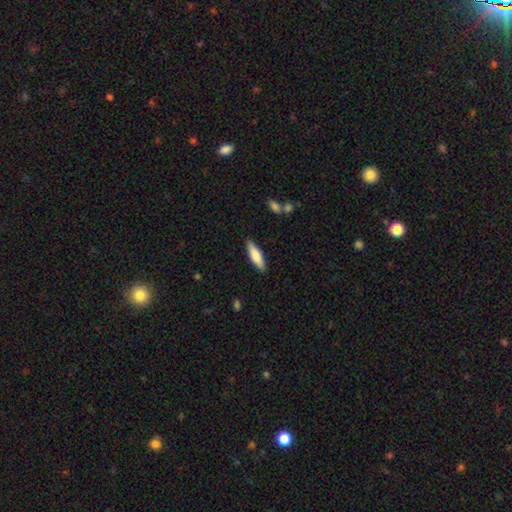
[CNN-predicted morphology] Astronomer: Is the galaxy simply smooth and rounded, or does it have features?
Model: smooth — 77%.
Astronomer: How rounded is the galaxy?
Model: cigar-shaped — 63%.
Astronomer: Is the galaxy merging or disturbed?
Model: none — 88%.